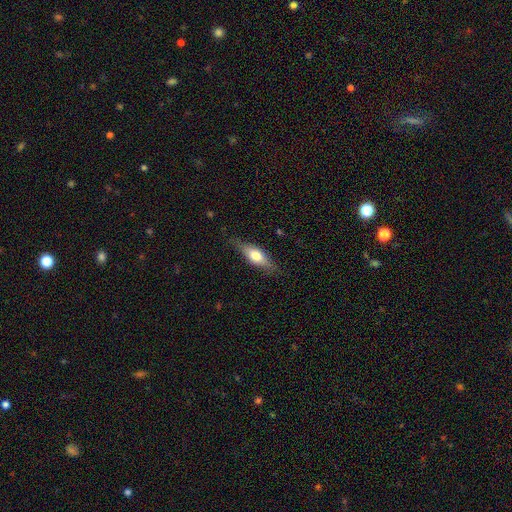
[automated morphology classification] Smooth or featured: smooth — 61% (featured or disk — 32%)
How rounded: in between — 62% (cigar-shaped — 35%)
Merging: none — 76% (minor disturbance — 19%)